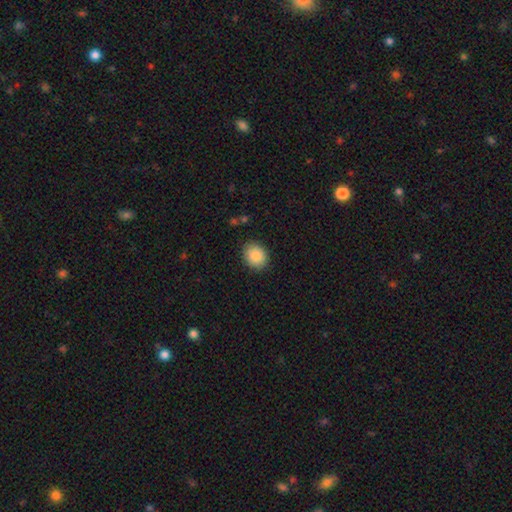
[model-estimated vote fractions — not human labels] Smooth or featured?
  - smooth: 88% *
  - star or artifact: 8%
  - featured or disk: 5%
How rounded?
  - round: 54% *
  - in between: 45%
  - cigar-shaped: 1%
Merging?
  - none: 88% *
  - minor disturbance: 9%
  - major disturbance: 2%
  - merger: 1%